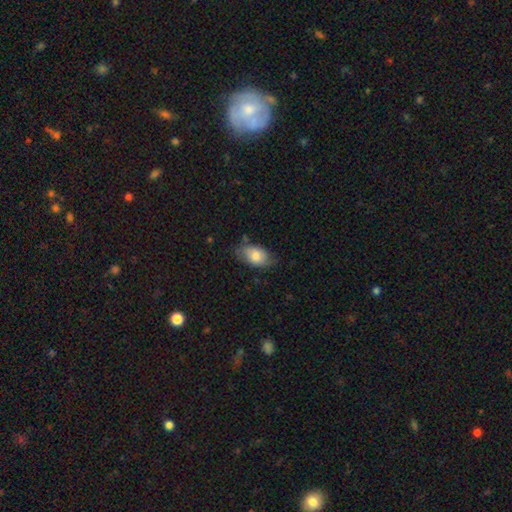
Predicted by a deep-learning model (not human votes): Overall: smooth (77%). How rounded: in between (90%). Merging: none (65%; minor disturbance 27%).